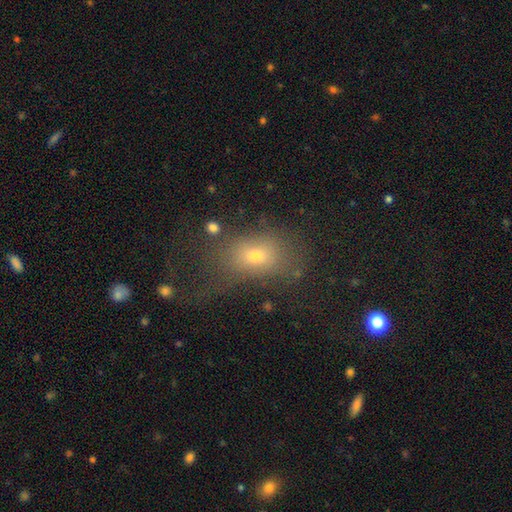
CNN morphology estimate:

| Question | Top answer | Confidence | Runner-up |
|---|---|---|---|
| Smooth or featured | smooth | 67% | featured or disk (17%) |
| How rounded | in between | 70% | round (27%) |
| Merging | none | 46% | major disturbance (27%) |